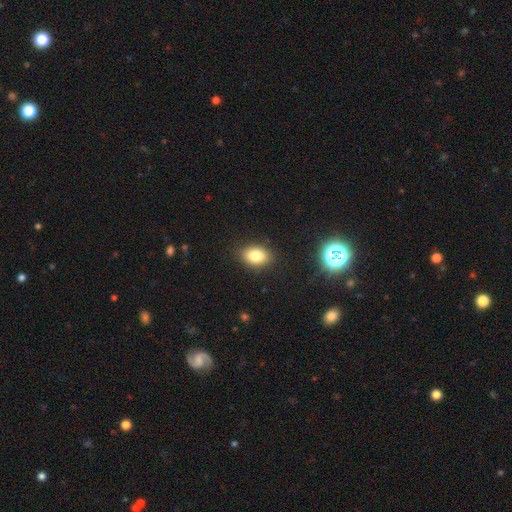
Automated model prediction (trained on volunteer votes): smooth-or-featured: smooth: 81% | star or artifact: 11% | featured or disk: 8%
  how-rounded: in between: 81% | round: 17% | cigar-shaped: 1%
  merging: none: 86% | minor disturbance: 10% | major disturbance: 3% | merger: 1%